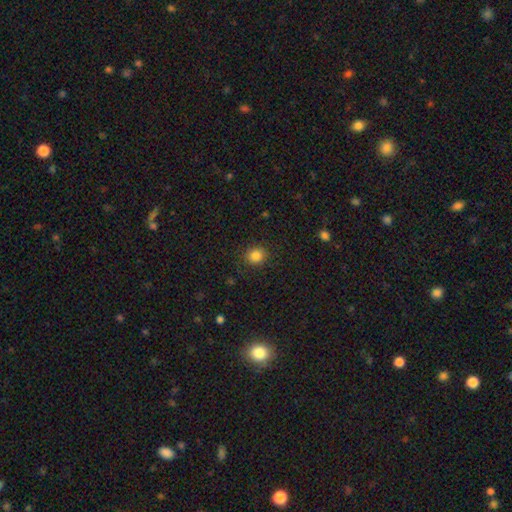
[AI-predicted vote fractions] smooth 84%, star or artifact 11%, featured or disk 4%. Down the decision tree: how rounded — round (81%); merging — none (87%).